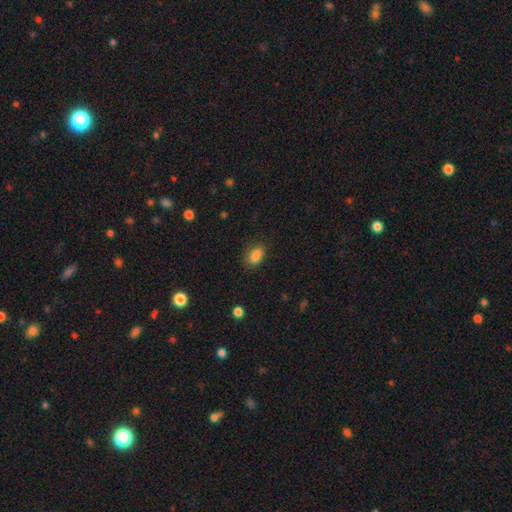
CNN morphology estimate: This appears to be a smooth galaxy with no disk features (85%) that is in between round and cigar-shaped (87%). Merging: none (77%).